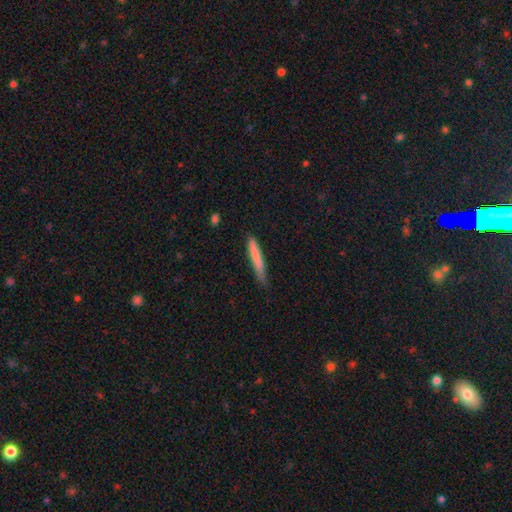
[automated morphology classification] smooth-or-featured: smooth: 78% | featured or disk: 16% | star or artifact: 6%
  how-rounded: cigar-shaped: 95% | in between: 4% | round: 1%
  merging: none: 74% | minor disturbance: 21% | major disturbance: 3% | merger: 2%